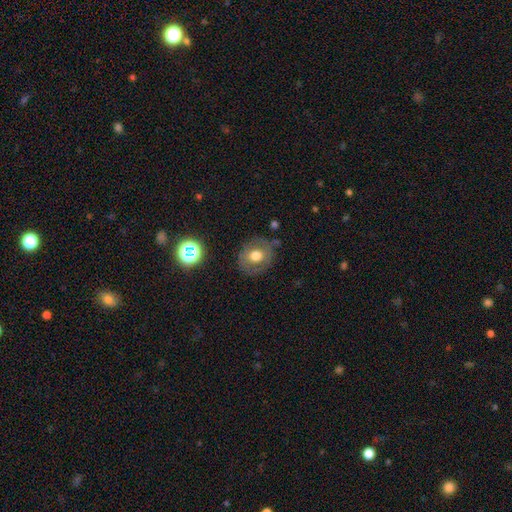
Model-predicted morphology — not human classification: type=smooth (62%); roundness=round (70%); merging=none (77%).